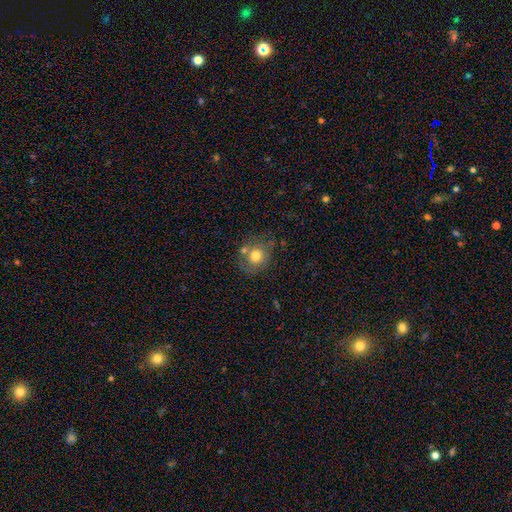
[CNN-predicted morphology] The model was most divided on "merging": none: 58%, minor disturbance: 19%, merger: 15%, major disturbance: 7%. More confident: how rounded — round (72%); smooth or featured — smooth (71%).